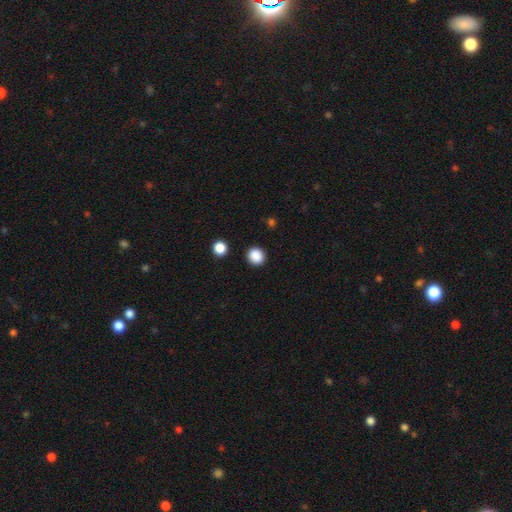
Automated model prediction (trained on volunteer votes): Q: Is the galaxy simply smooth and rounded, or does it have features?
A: smooth — 88%.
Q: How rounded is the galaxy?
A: round — 83%.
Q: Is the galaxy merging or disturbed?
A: none — 91%.